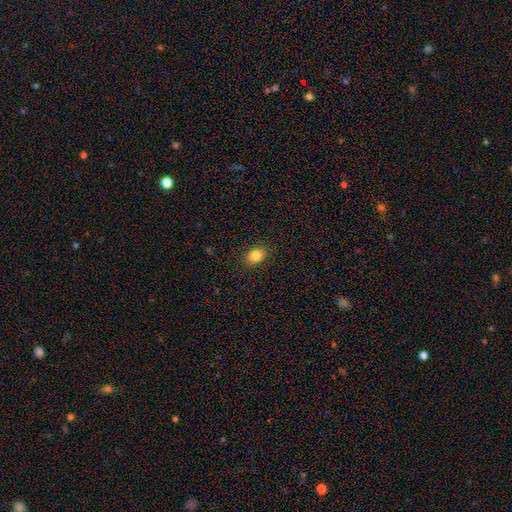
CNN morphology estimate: smooth-or-featured: smooth: 84% | star or artifact: 10% | featured or disk: 6%
  how-rounded: in between: 63% | round: 36% | cigar-shaped: 1%
  merging: none: 89% | minor disturbance: 8% | major disturbance: 2% | merger: 1%